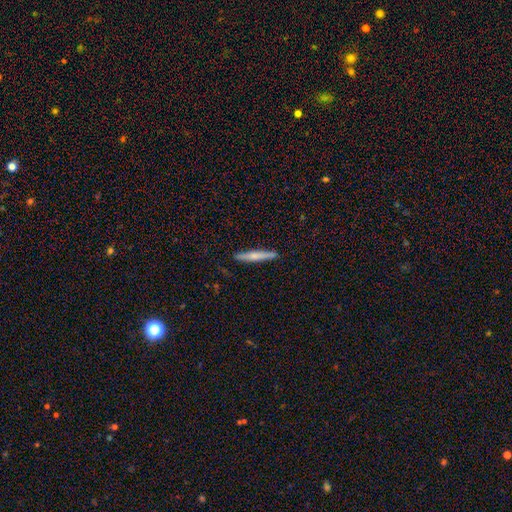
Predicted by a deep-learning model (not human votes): This appears to be a smooth galaxy with no disk features (57%) that is cigar-shaped (94%). Merging: none (90%).